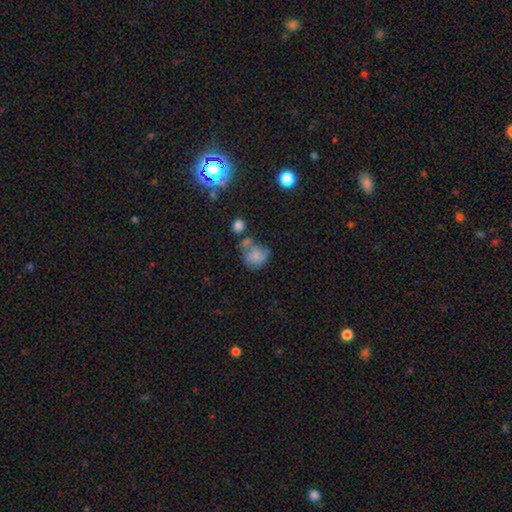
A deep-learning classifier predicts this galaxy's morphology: This appears to be a smooth galaxy with no disk features (64%) that is round (69%). Merging: none (37%).